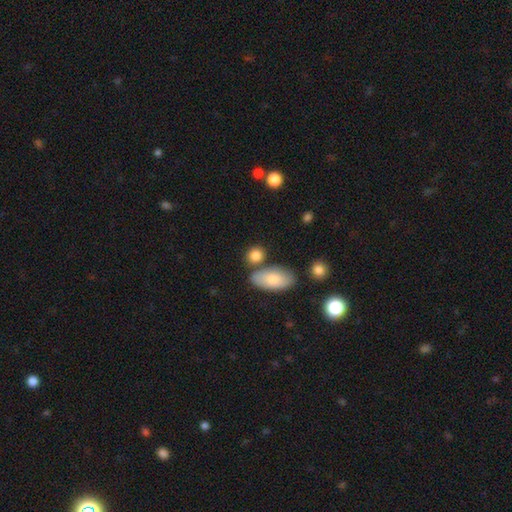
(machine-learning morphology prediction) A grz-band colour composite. It shows a smooth galaxy with no disk features (85%) that is round (55%). Merging: none (68%).